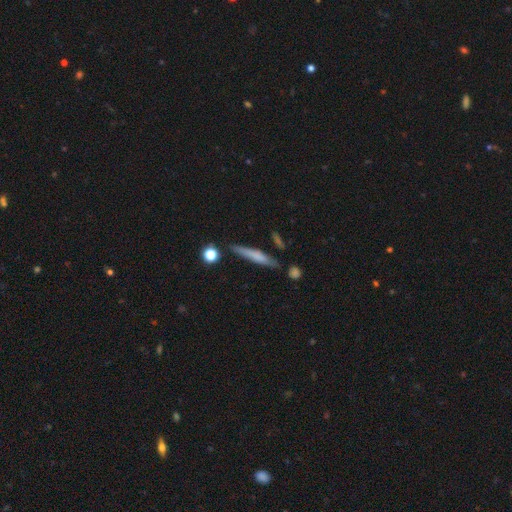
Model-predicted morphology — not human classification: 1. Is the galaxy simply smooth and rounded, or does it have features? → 59% smooth, 33% featured or disk, 7% star or artifact.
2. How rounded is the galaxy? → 92% cigar-shaped, 6% in between, 2% round.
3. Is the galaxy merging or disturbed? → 77% none, 14% minor disturbance, 5% merger, 4% major disturbance.